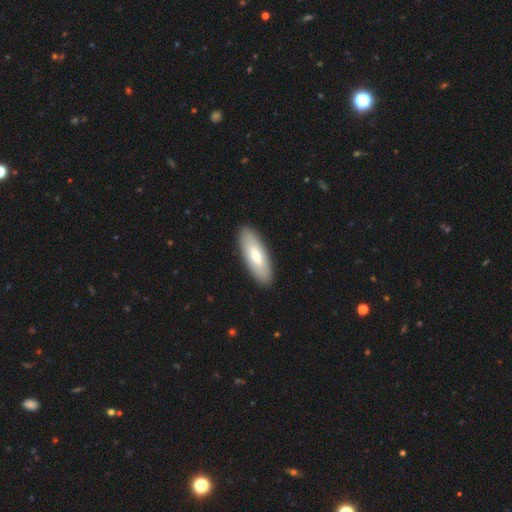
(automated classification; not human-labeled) smooth_or_featured: smooth (p=0.71) [alt: featured or disk p=0.24]
how_rounded: in between (p=0.66) [alt: cigar-shaped p=0.32]
merging: none (p=0.90) [alt: minor disturbance p=0.07]